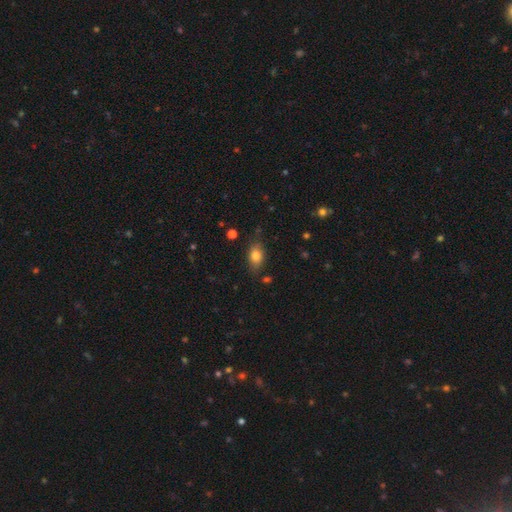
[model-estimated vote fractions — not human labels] This appears to be a smooth galaxy with no disk features (79%) that is in between round and cigar-shaped (81%). Merging: none (77%).